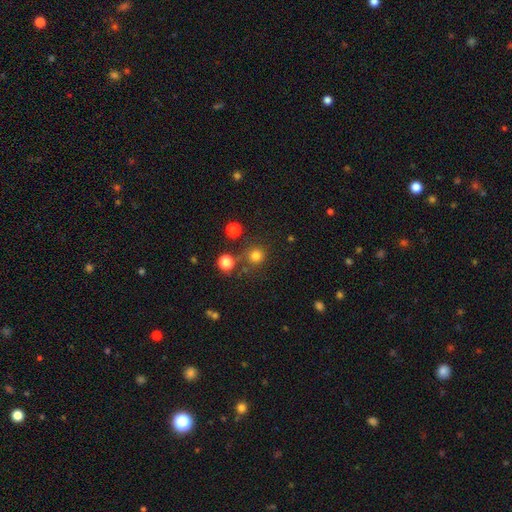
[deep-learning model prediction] A smooth galaxy with no disk features (77%) that is round (93%). Merging: none (76%).